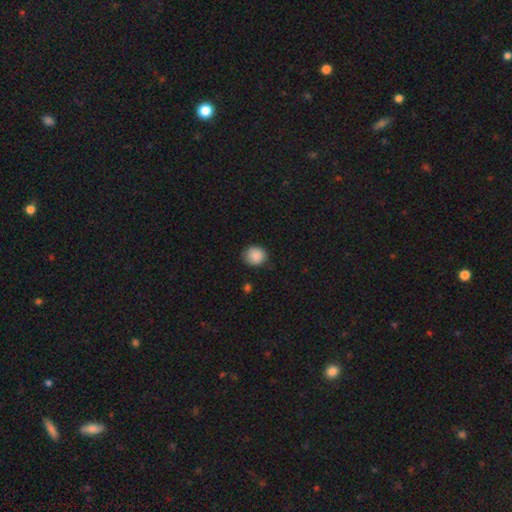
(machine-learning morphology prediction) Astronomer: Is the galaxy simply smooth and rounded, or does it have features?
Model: smooth — 89%.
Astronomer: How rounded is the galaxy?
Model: round — 78%.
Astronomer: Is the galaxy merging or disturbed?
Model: none — 83%.